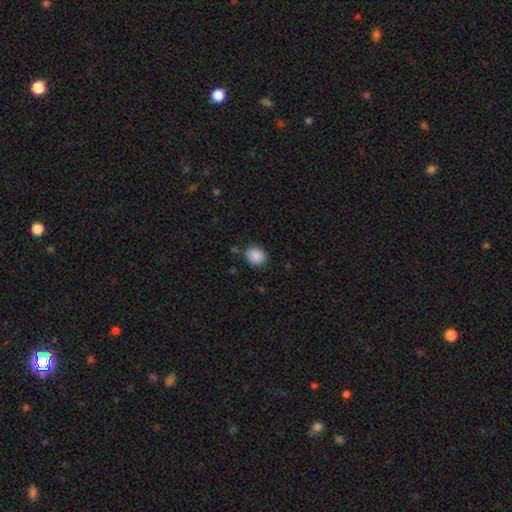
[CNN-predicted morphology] This is clearly a smooth galaxy (88%). How rounded: likely round (62%). Merging: clearly none (82%).